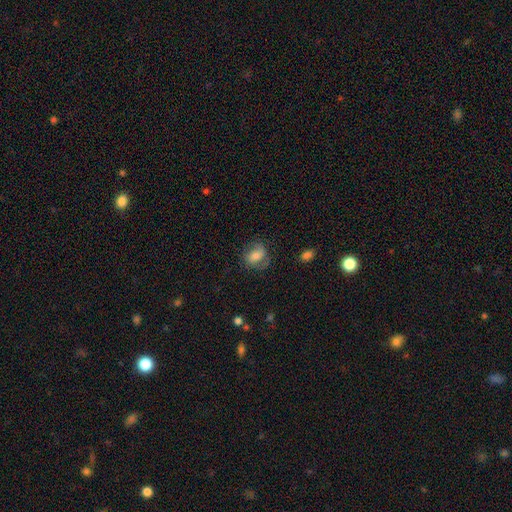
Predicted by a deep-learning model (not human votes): smooth_or_featured: smooth (p=0.55) [alt: featured or disk p=0.36]
how_rounded: in between (p=0.56) [alt: round p=0.43]
merging: none (p=0.65) [alt: minor disturbance p=0.22]